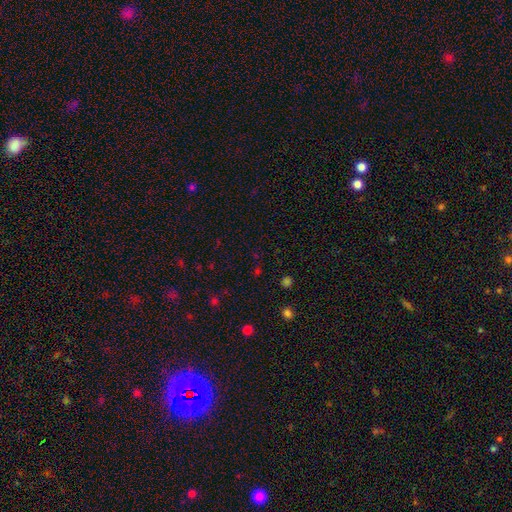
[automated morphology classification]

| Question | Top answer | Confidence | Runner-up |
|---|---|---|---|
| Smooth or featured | star or artifact | 58% | smooth (35%) |